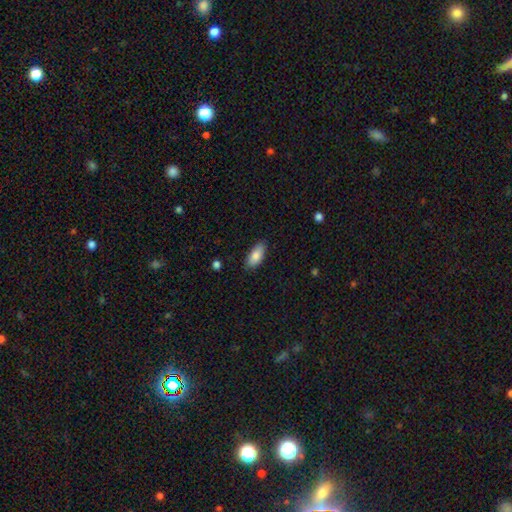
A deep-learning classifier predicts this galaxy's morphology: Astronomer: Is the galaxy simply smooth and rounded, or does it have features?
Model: smooth — 85%.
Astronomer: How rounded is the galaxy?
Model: in between — 88%.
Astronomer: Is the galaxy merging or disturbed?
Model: none — 84%.